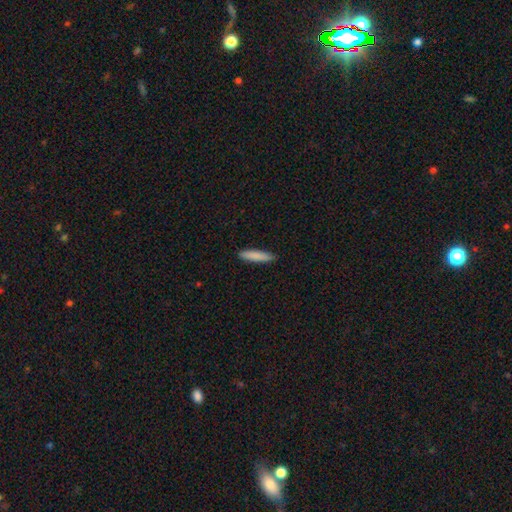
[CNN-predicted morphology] A smooth galaxy with no disk features (86%) that is cigar-shaped (83%).

Vote fractions:
- Smooth or featured? smooth: 86% / featured or disk: 9% / star or artifact: 6%
- How rounded? cigar-shaped: 83% / in between: 16% / round: 1%
- Merging? none: 89% / minor disturbance: 8% / major disturbance: 2% / merger: 1%